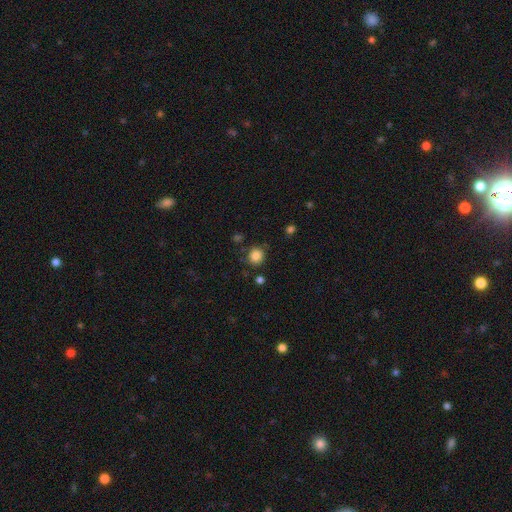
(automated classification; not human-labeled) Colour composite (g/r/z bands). It shows a smooth galaxy with no disk features (84%) that is round (84%). Merging: none (81%).